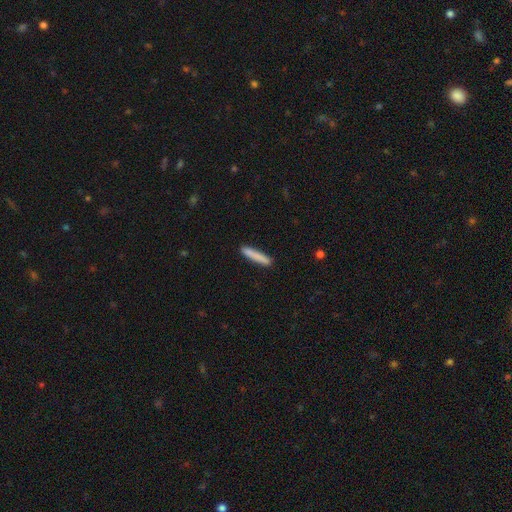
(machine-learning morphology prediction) Smooth or featured: smooth — 84% (featured or disk — 10%)
How rounded: cigar-shaped — 93% (in between — 5%)
Merging: none — 90% (minor disturbance — 8%)